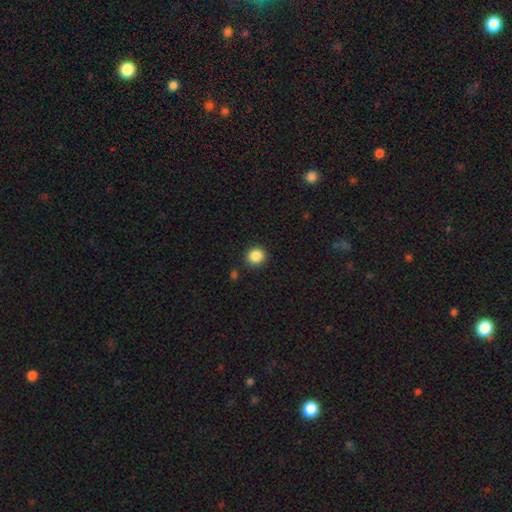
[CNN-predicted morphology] A smooth galaxy with no disk features (87%) that is round (88%). Merging: none (90%).